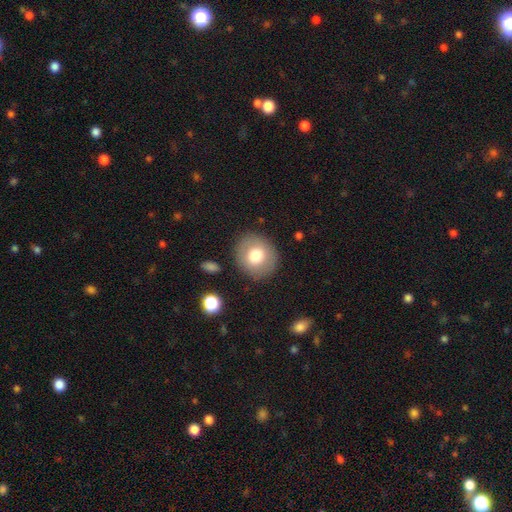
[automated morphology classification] Smooth or featured?
  - smooth: 71% *
  - featured or disk: 20%
  - star or artifact: 8%
How rounded?
  - round: 83% *
  - in between: 16%
  - cigar-shaped: 1%
Merging?
  - none: 86% *
  - minor disturbance: 9%
  - major disturbance: 3%
  - merger: 2%